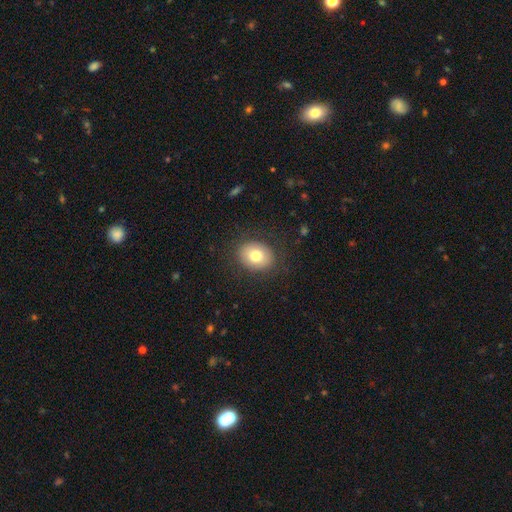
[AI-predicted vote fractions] This appears to be a smooth galaxy with no disk features (77%) that is in between round and cigar-shaped (52%). Merging: none (86%).